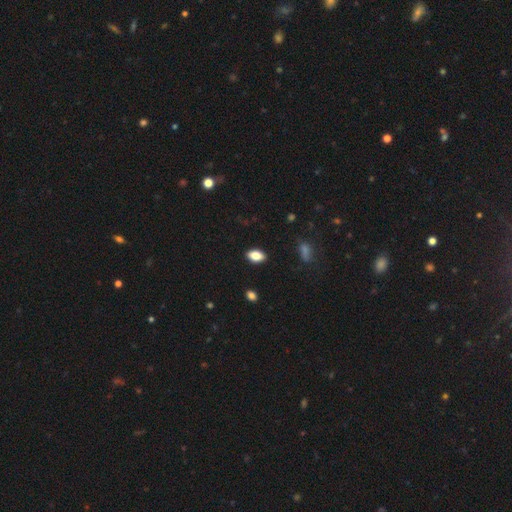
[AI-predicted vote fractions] Smooth or featured: smooth — 81% (featured or disk — 10%)
How rounded: in between — 89% (round — 7%)
Merging: none — 88% (minor disturbance — 9%)